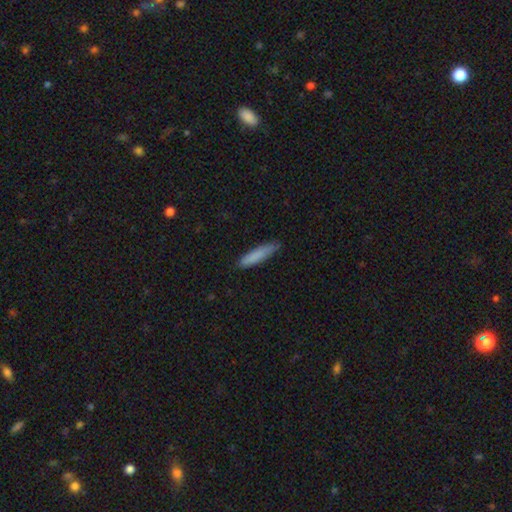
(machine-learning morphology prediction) Smooth or featured?
  - smooth: 84% *
  - featured or disk: 10%
  - star or artifact: 6%
How rounded?
  - cigar-shaped: 84% *
  - in between: 14%
  - round: 1%
Merging?
  - none: 82% *
  - minor disturbance: 15%
  - major disturbance: 2%
  - merger: 1%